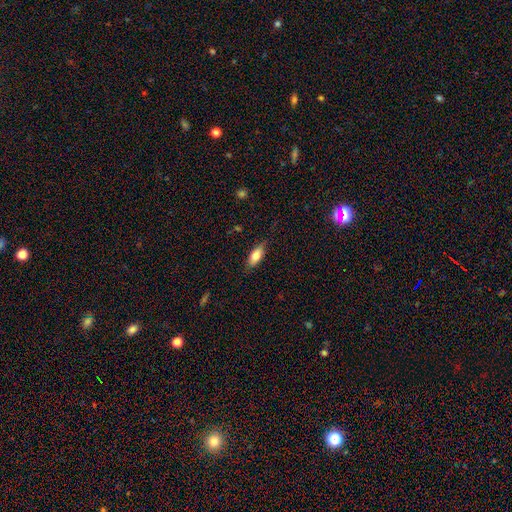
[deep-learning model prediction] Q: Smooth or featured?
A: smooth (74%); runner-up: featured or disk (20%)
Q: How rounded?
A: in between (76%); runner-up: cigar-shaped (21%)
Q: Merging?
A: none (79%); runner-up: minor disturbance (17%)